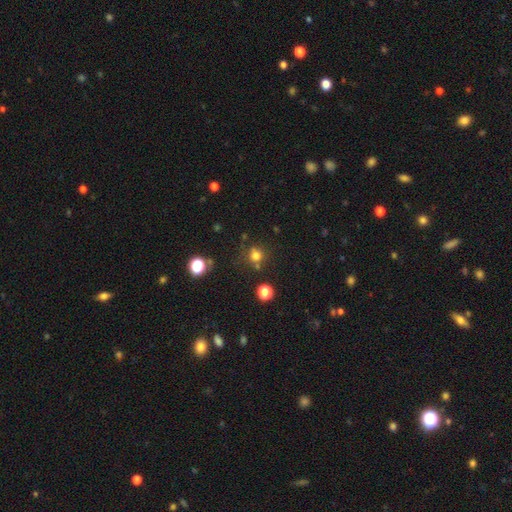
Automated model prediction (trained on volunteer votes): A smooth galaxy with no disk features (74%) that is round (87%). Merging: none (70%).